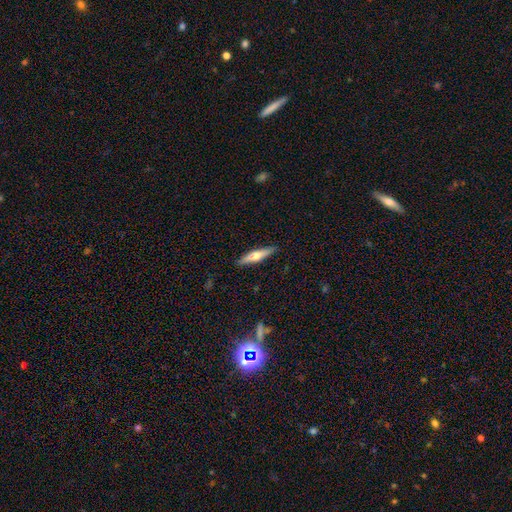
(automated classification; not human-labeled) Q: Smooth or featured?
A: smooth (48%); runner-up: featured or disk (46%)
Q: Merging?
A: none (89%); runner-up: minor disturbance (8%)